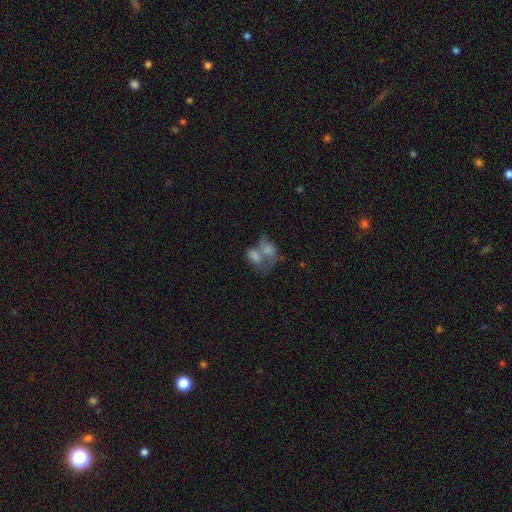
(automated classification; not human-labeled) smooth-or-featured: smooth: 53% | featured or disk: 34% | star or artifact: 13%
  how-rounded: in between: 75% | round: 23% | cigar-shaped: 3%
  merging: merger: 66% | none: 16% | major disturbance: 10% | minor disturbance: 8%